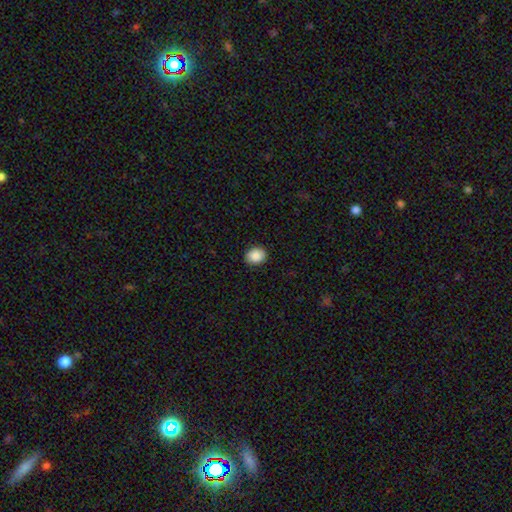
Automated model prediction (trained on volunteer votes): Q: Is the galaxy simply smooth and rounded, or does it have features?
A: smooth — 88%.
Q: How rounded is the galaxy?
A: round — 55%.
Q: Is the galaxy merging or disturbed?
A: none — 88%.